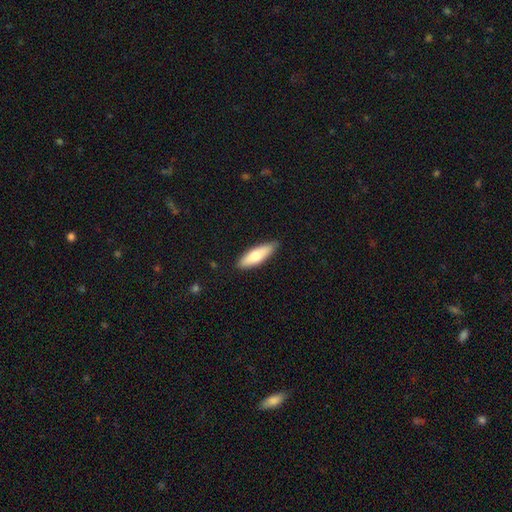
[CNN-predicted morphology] smooth-or-featured: smooth: 70% | featured or disk: 25% | star or artifact: 5%
  how-rounded: in between: 51% | cigar-shaped: 47% | round: 2%
  merging: none: 86% | minor disturbance: 11% | major disturbance: 2% | merger: 1%